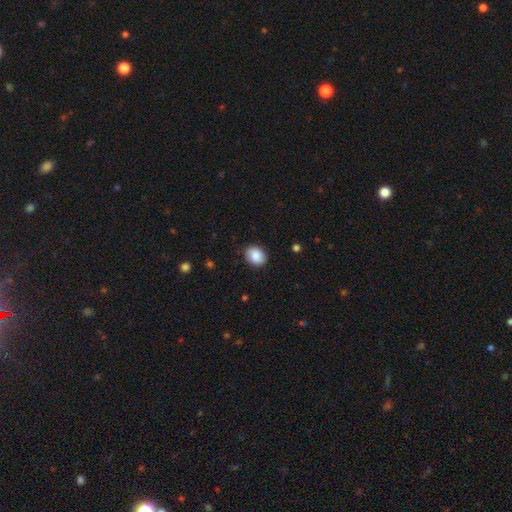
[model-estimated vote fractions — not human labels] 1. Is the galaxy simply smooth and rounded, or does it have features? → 88% smooth, 7% star or artifact, 5% featured or disk.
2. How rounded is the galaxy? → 56% in between, 43% round, 1% cigar-shaped.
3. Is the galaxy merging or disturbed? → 88% none, 9% minor disturbance, 2% major disturbance, 1% merger.